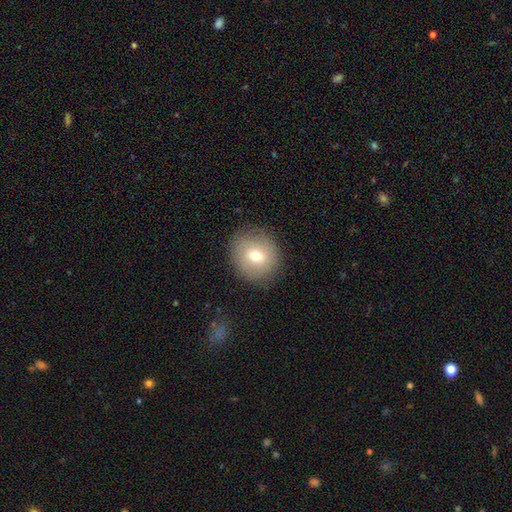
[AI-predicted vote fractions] This is likely a smooth galaxy (71%). How rounded: clearly round (85%). Merging: clearly none (87%).